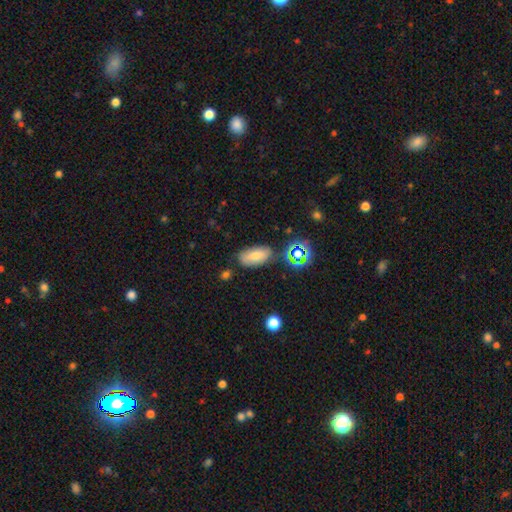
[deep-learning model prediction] Smooth or featured?
  - smooth: 70% *
  - featured or disk: 17%
  - star or artifact: 14%
How rounded?
  - in between: 89% *
  - cigar-shaped: 6%
  - round: 5%
Merging?
  - none: 72% *
  - minor disturbance: 17%
  - merger: 5%
  - major disturbance: 5%